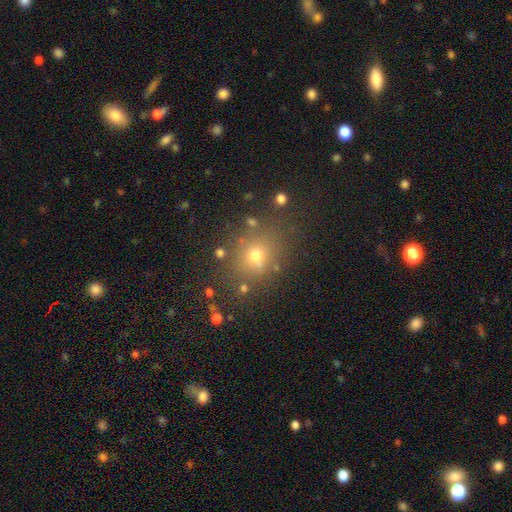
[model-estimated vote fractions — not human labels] Smooth or featured? smooth (64%)
How rounded? round (68%)
Merging? none (76%)